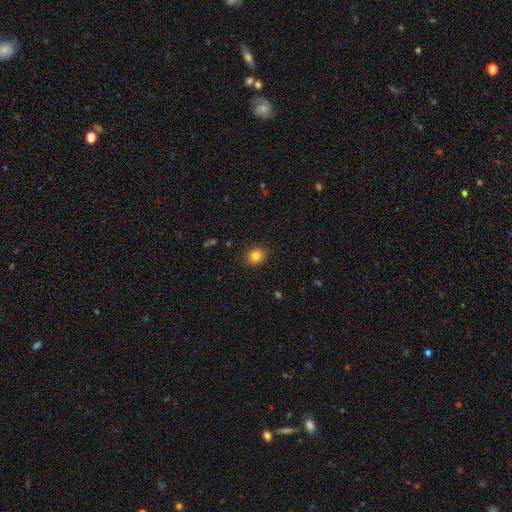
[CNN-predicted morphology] Smooth or featured: smooth — 84% (star or artifact — 11%)
How rounded: round — 74% (in between — 26%)
Merging: none — 89% (minor disturbance — 8%)